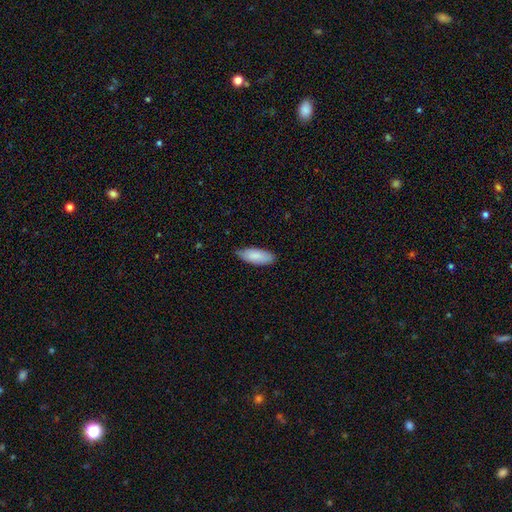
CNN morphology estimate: Overall: smooth (86%). How rounded: in between (80%). Merging: none (80%).